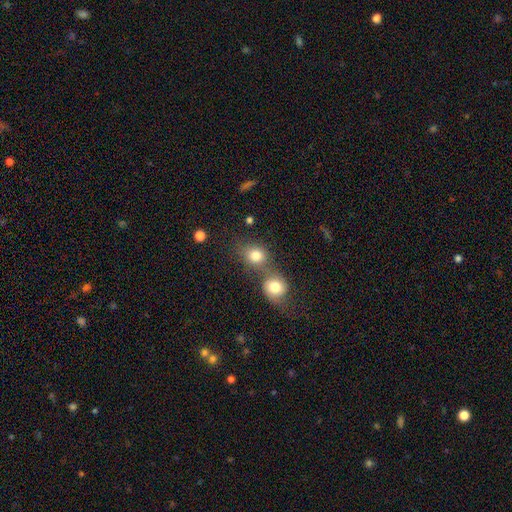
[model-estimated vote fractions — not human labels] Q: Smooth or featured?
A: smooth (81%); runner-up: star or artifact (10%)
Q: How rounded?
A: round (74%); runner-up: in between (25%)
Q: Merging?
A: merger (49%); runner-up: none (40%)